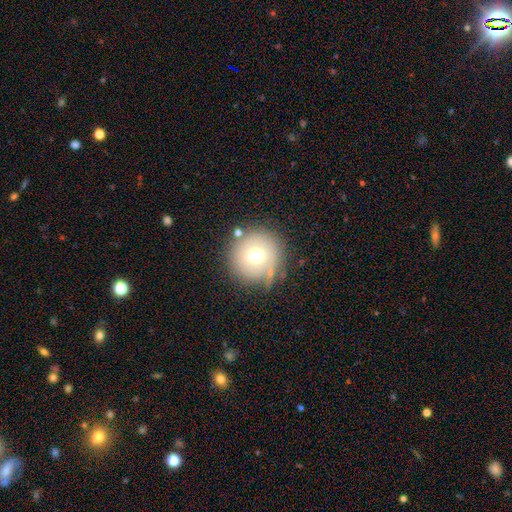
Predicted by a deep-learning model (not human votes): The model was most divided on "smooth or featured": smooth: 65%, featured or disk: 22%, star or artifact: 13%. More confident: how rounded — round (94%); merging — none (74%).